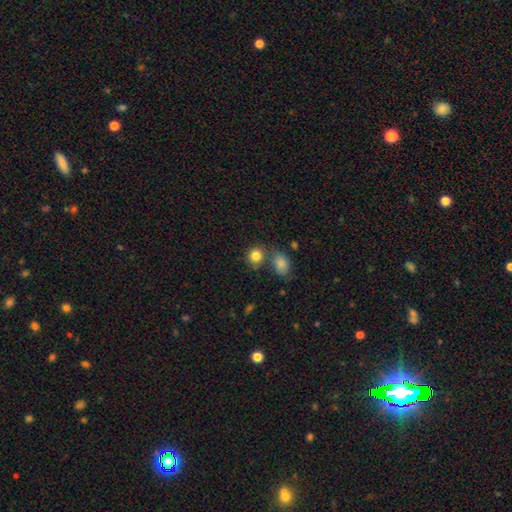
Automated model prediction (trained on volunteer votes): Overall: smooth (84%). How rounded: round (77%). Merging: none (62%; merger 22%).